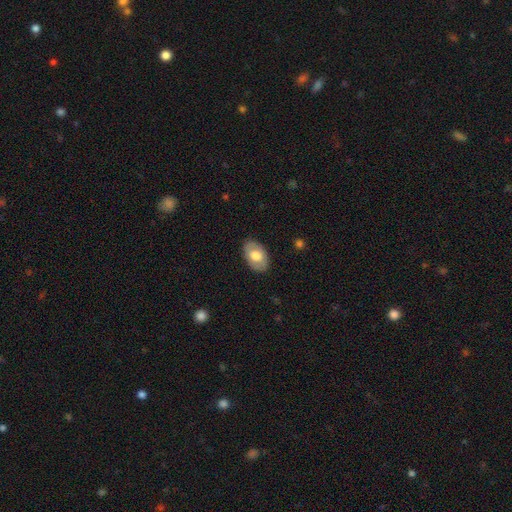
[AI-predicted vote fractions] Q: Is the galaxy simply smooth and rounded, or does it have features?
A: smooth — 64%.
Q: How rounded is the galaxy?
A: in between — 90%.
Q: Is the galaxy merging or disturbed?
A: none — 85%.